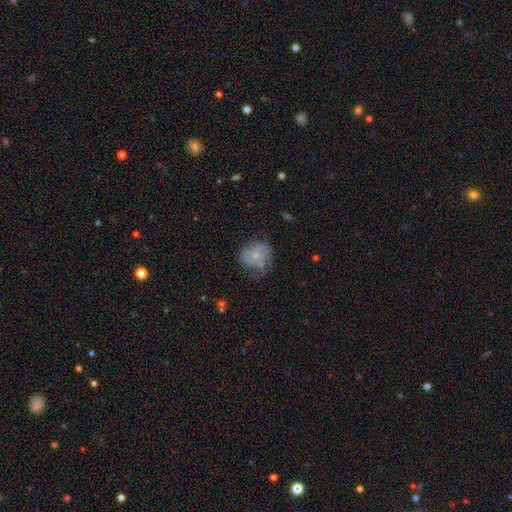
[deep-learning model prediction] Smooth or featured?
  - smooth: 57% *
  - featured or disk: 34%
  - star or artifact: 9%
How rounded?
  - round: 72% *
  - in between: 27%
  - cigar-shaped: 1%
Merging?
  - none: 51% *
  - minor disturbance: 30%
  - major disturbance: 15%
  - merger: 4%